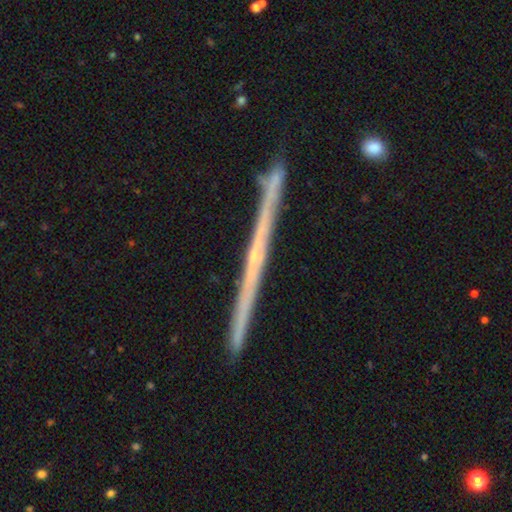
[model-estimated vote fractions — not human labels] Overall: featured or disk (79%). Edge-on disk: yes (98%). Edge-on bulge: none (60%; rounded 35%). Merging: none (90%).